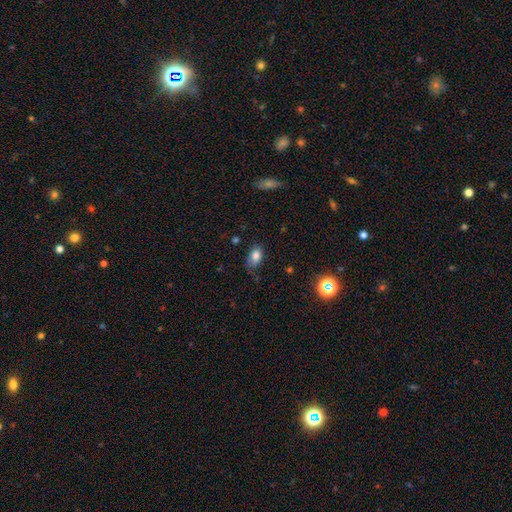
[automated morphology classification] This appears to be a smooth galaxy with no disk features (80%) that is in between round and cigar-shaped (86%). Merging: none (56%).